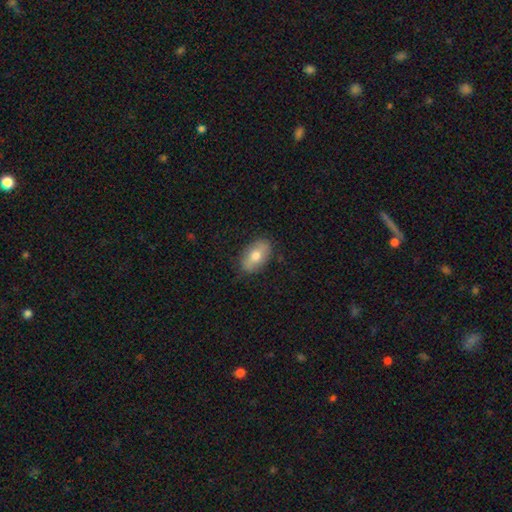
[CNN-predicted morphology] smooth 67%, featured or disk 26%, star or artifact 6%. Down the decision tree: how rounded — in between (90%); merging — none (82%).